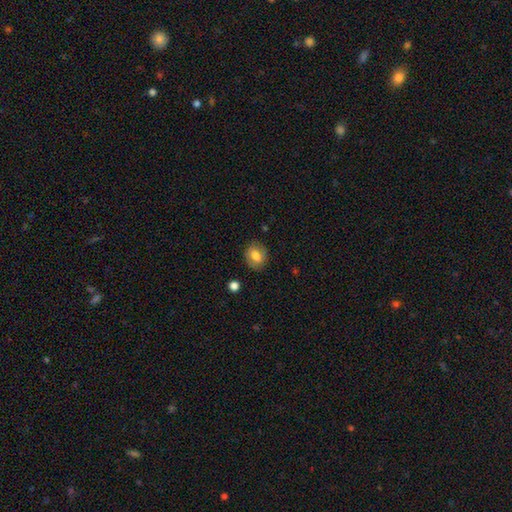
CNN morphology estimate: Overall: smooth (72%). How rounded: in between (50%; round 49%). Merging: none (83%).